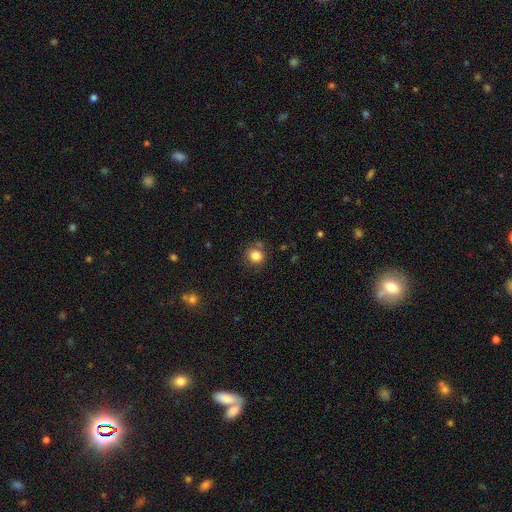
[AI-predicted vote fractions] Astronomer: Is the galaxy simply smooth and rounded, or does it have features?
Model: smooth — 83%.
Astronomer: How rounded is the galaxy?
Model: round — 87%.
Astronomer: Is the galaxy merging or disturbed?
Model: none — 79%.